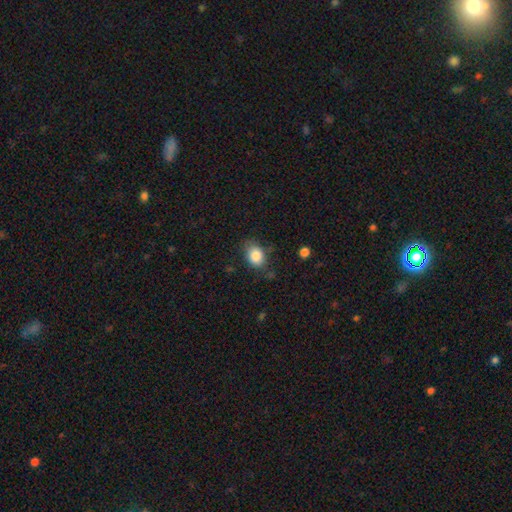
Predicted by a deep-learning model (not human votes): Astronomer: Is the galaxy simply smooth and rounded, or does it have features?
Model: smooth — 86%.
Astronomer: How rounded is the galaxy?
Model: in between — 66%.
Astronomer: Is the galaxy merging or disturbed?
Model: none — 71%.